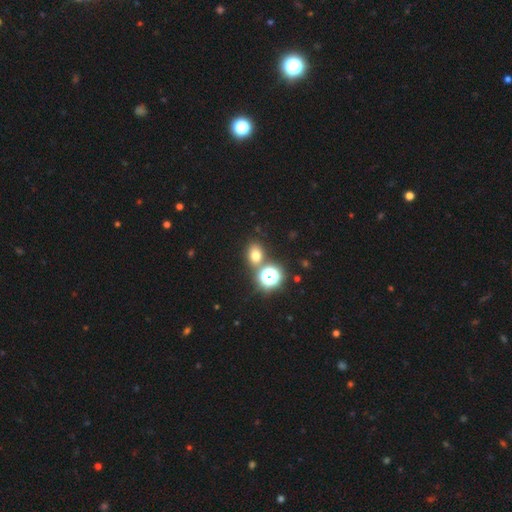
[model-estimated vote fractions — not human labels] A smooth galaxy with no disk features (66%) that is round (50%).

Vote fractions:
- Smooth or featured? smooth: 66% / star or artifact: 25% / featured or disk: 8%
- How rounded? round: 50% / in between: 48% / cigar-shaped: 1%
- Merging? none: 74% / merger: 14% / minor disturbance: 9% / major disturbance: 3%